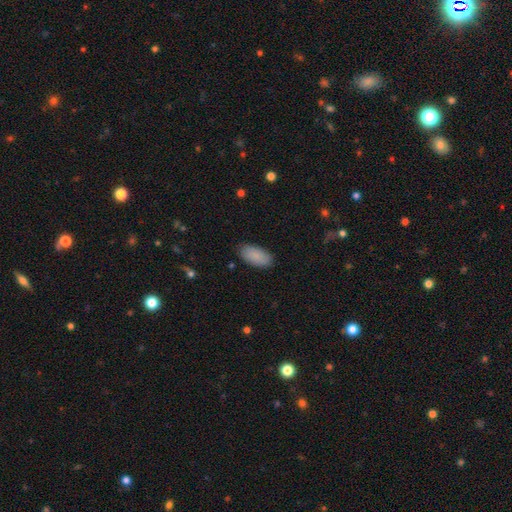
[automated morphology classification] This is clearly a smooth galaxy (88%). How rounded: clearly in between (93%). Merging: clearly none (87%).